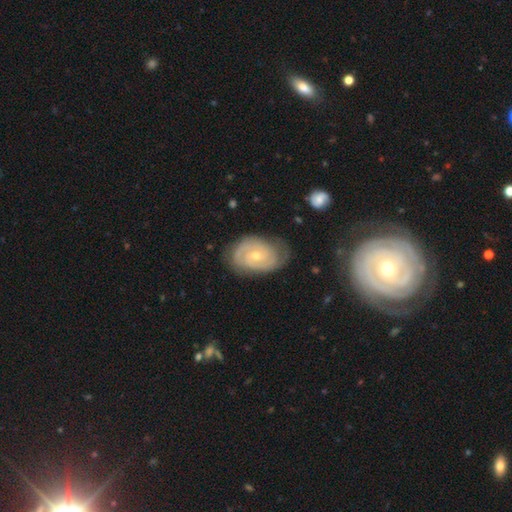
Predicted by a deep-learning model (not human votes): A featured or disk galaxy (85%) with no bar (71%), 2 (62%) tight (70%) spiral arms (95%) and a small central bulge (55%). Merging: none (74%).